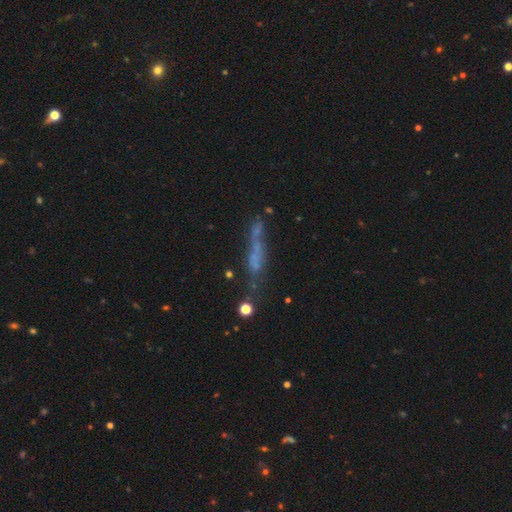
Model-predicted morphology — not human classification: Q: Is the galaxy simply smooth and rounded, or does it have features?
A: featured or disk — 45%.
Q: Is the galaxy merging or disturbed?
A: none — 44%.